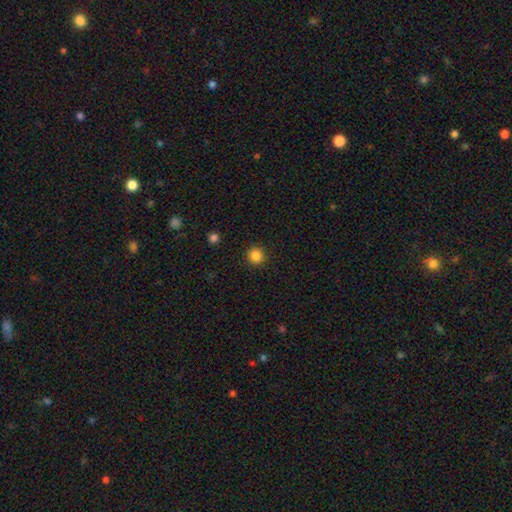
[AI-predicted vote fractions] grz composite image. It shows a smooth galaxy with no disk features (85%) that is round (92%). Merging: none (91%).